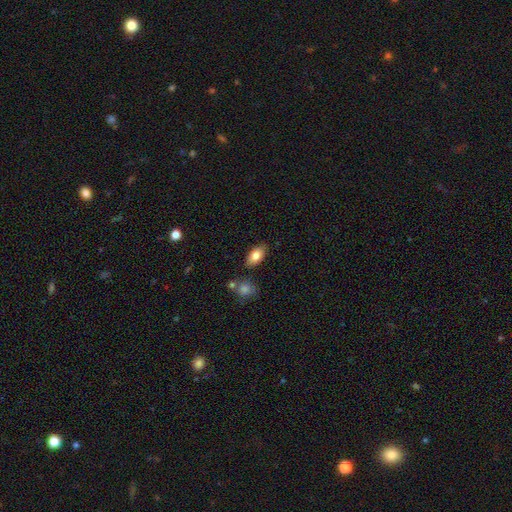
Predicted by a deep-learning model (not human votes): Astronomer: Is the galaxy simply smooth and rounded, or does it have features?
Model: smooth — 79%.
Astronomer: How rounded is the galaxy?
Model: in between — 90%.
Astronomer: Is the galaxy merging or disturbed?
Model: none — 83%.